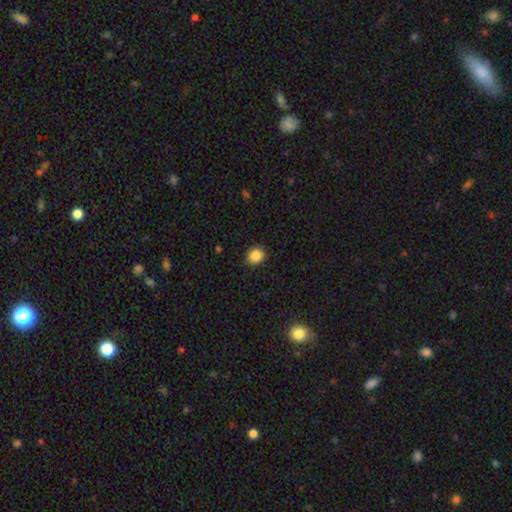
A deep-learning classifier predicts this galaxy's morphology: Smooth or featured?
  - smooth: 88% *
  - star or artifact: 9%
  - featured or disk: 3%
How rounded?
  - round: 74% *
  - in between: 26%
  - cigar-shaped: 1%
Merging?
  - none: 88% *
  - minor disturbance: 9%
  - major disturbance: 2%
  - merger: 1%